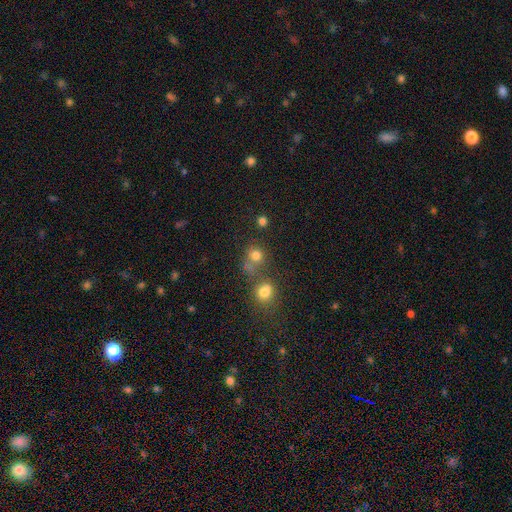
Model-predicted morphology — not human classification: Overall: smooth (76%). How rounded: round (83%). Merging: none (54%; merger 29%).